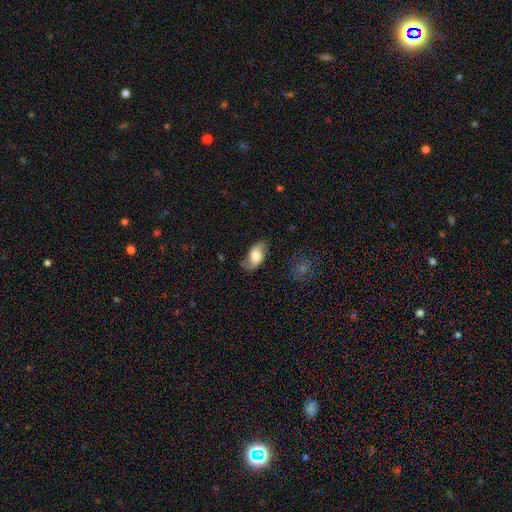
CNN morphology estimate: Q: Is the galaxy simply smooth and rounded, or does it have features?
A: smooth — 58%.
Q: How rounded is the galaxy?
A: in between — 92%.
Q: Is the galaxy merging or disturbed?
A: none — 67%.